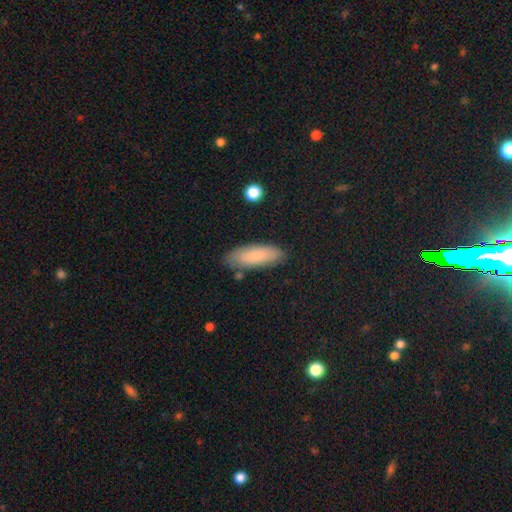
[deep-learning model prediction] A smooth galaxy with no disk features (80%) that is in between round and cigar-shaped (64%).

Vote fractions:
- Smooth or featured? smooth: 80% / featured or disk: 13% / star or artifact: 7%
- How rounded? in between: 64% / cigar-shaped: 34% / round: 2%
- Merging? none: 79% / minor disturbance: 15% / major disturbance: 3% / merger: 3%